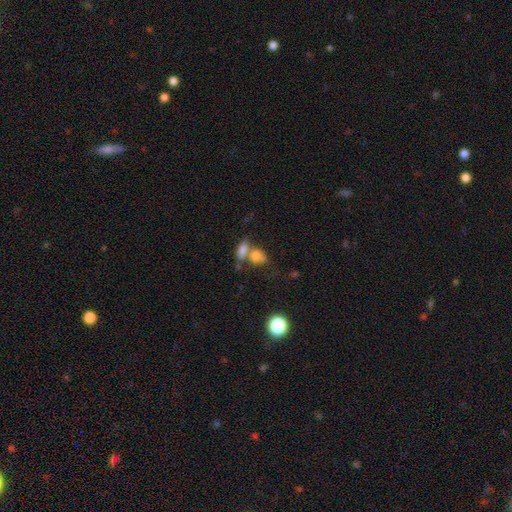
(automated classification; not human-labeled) Q: Smooth or featured?
A: smooth (76%); runner-up: star or artifact (12%)
Q: How rounded?
A: in between (63%); runner-up: round (33%)
Q: Merging?
A: merger (49%); runner-up: none (34%)